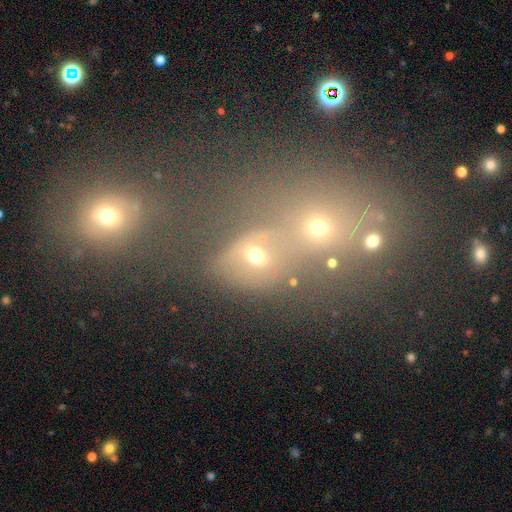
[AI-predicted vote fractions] A smooth galaxy with no disk features (56%) that is round (53%). Merging: merger (61%).